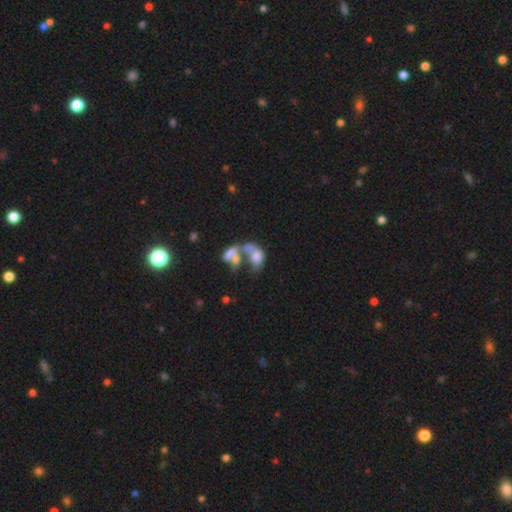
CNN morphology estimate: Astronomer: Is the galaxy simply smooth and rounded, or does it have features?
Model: smooth — 51% (runner-up: featured or disk, 38%).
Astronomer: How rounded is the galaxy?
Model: in between — 82%.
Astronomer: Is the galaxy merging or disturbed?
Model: merger — 65%.